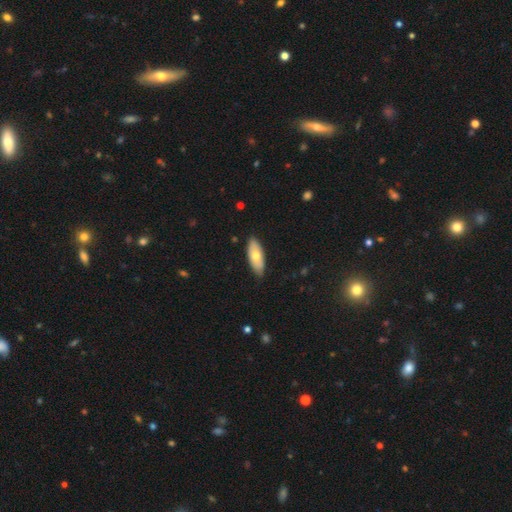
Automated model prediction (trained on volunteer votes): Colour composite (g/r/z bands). It shows a smooth galaxy with no disk features (63%) that is in between round and cigar-shaped (83%). Merging: none (84%).